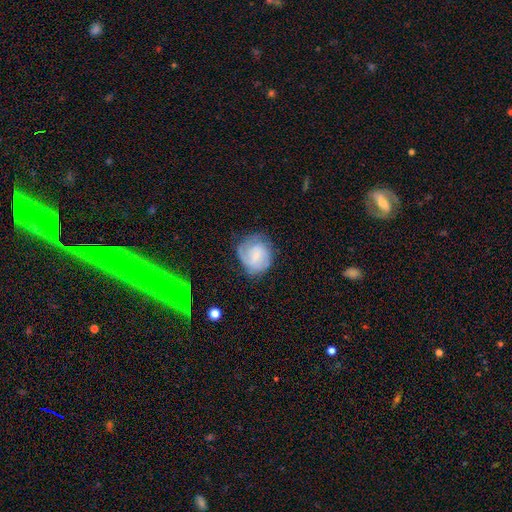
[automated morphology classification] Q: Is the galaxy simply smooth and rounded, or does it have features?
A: featured or disk — 57%.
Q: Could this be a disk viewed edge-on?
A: no — 98%.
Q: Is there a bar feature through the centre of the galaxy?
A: weak — 48%.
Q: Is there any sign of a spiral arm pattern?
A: yes — 87%.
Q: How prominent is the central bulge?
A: small — 56%.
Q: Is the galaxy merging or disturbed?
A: none — 64%.